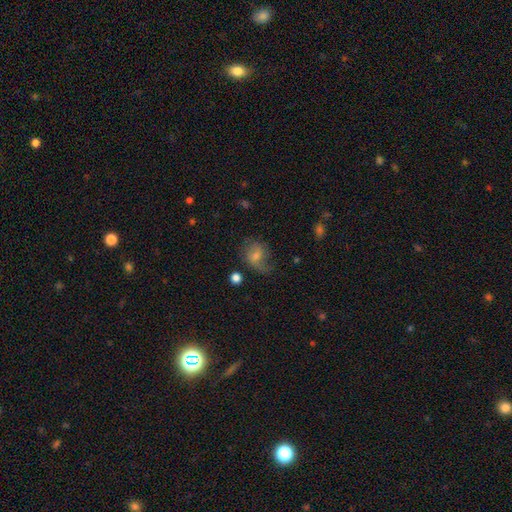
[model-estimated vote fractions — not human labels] This is marginally a featured or disk galaxy (44%). Merging: possibly none (51%).